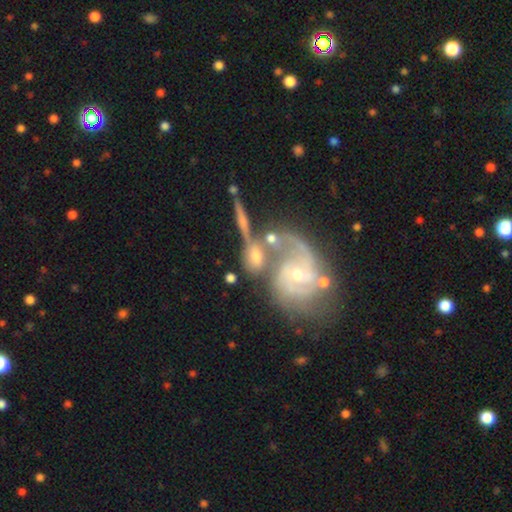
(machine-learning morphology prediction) featured or disk 60%, smooth 31%, star or artifact 10%. Down the decision tree: edge-on disk — no (86%); bar — no (62%); spiral arms — yes (76%); bulge size — moderate (54%); merging — merger (55%).